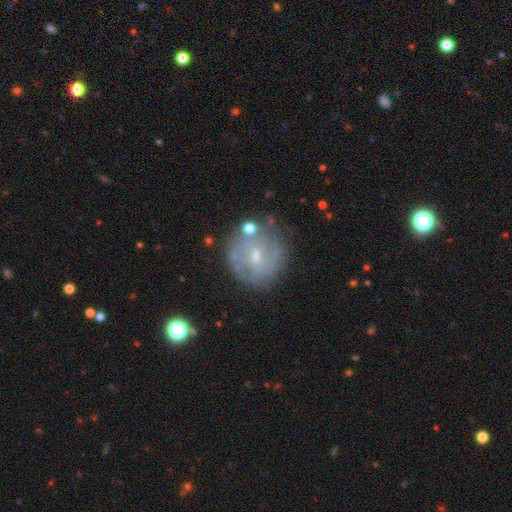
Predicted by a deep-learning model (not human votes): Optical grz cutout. It shows a featured or disk galaxy (66%) with a weak bar (50%), spiral arms (75%) and a small central bulge (54%). Merging: none (73%).